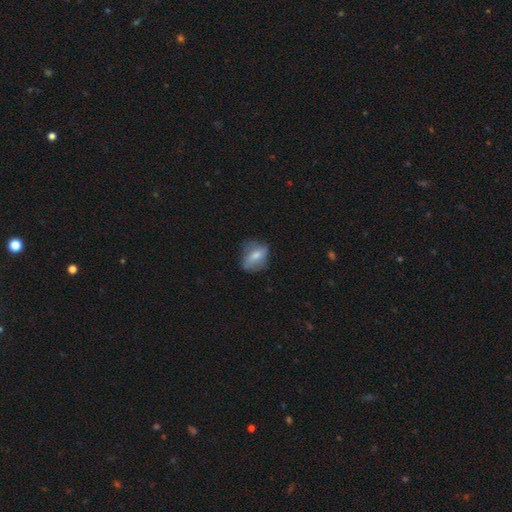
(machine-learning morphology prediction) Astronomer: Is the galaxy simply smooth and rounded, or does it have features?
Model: smooth — 59%.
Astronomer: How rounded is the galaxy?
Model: in between — 69%.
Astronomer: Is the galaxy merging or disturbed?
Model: none — 58%.